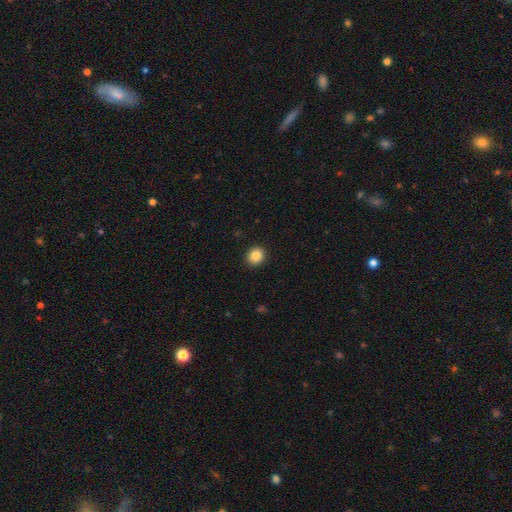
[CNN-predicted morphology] This appears to be a smooth galaxy with no disk features (87%) that is round (77%). Merging: none (92%).